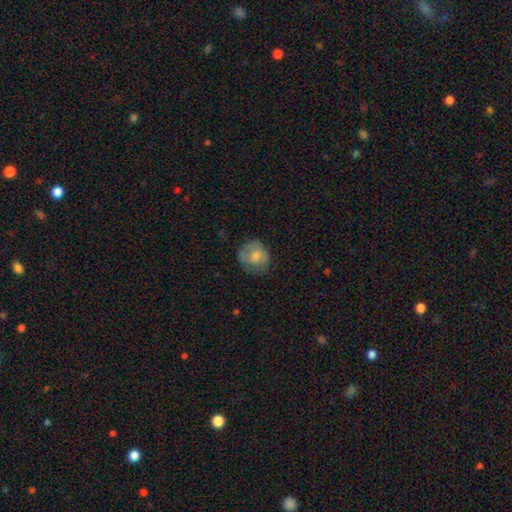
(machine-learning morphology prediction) This is likely a smooth galaxy (67%). How rounded: likely round (78%). Merging: likely none (67%).